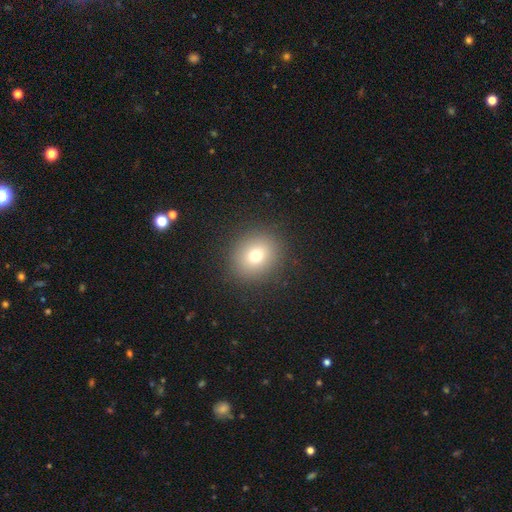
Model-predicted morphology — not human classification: A smooth galaxy with no disk features (73%) that is round (81%).

Vote fractions:
- Smooth or featured? smooth: 73% / star or artifact: 15% / featured or disk: 11%
- How rounded? round: 81% / in between: 18% / cigar-shaped: 1%
- Merging? none: 89% / minor disturbance: 6% / major disturbance: 3% / merger: 1%